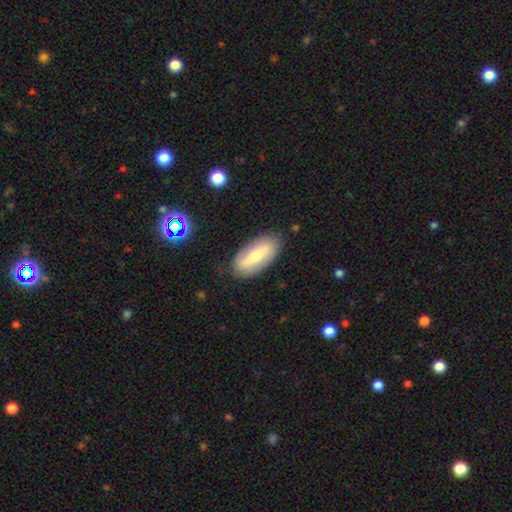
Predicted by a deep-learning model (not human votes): Smooth or featured?
  - smooth: 50% *
  - featured or disk: 44%
  - star or artifact: 7%
Merging?
  - none: 82% *
  - minor disturbance: 13%
  - major disturbance: 3%
  - merger: 2%